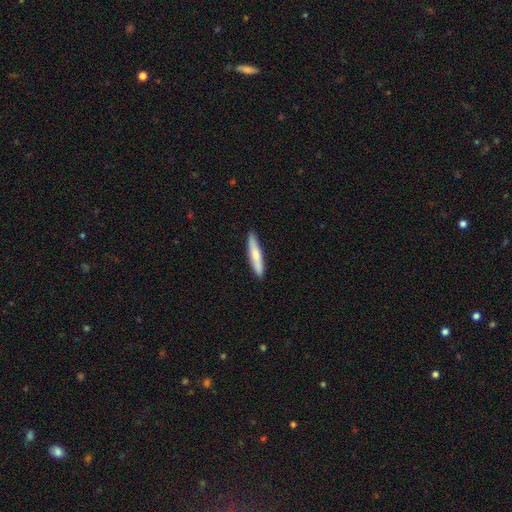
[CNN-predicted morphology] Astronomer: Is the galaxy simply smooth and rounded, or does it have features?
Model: smooth — 73%.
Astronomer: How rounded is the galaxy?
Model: cigar-shaped — 90%.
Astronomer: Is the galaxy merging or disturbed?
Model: none — 90%.